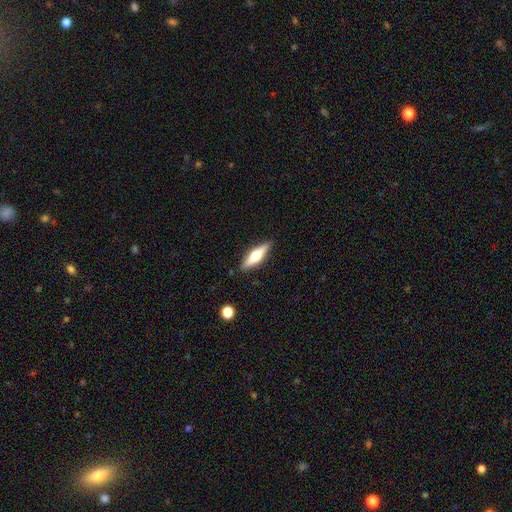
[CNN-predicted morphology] Smooth or featured?
  - featured or disk: 50% *
  - smooth: 44%
  - star or artifact: 6%
Edge-on disk?
  - yes: 93% *
  - no: 7%
Merging?
  - none: 88% *
  - minor disturbance: 9%
  - major disturbance: 2%
  - merger: 1%